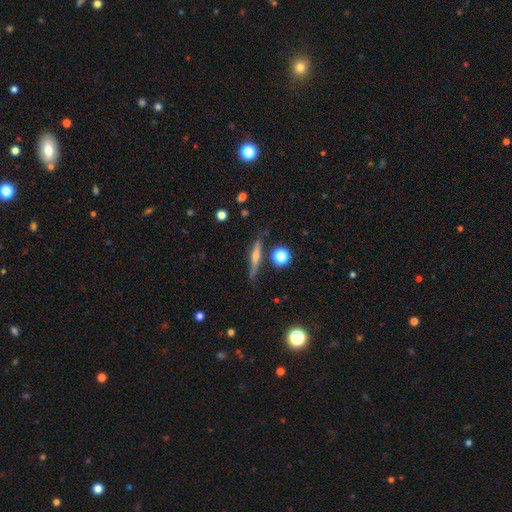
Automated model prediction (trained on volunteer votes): smooth_or_featured: featured or disk (p=0.62) [alt: smooth p=0.29]
disk_edge_on: yes (p=0.96) [alt: no p=0.04]
edge_on_bulge: rounded (p=0.76) [alt: none p=0.16]
merging: none (p=0.82) [alt: minor disturbance p=0.12]